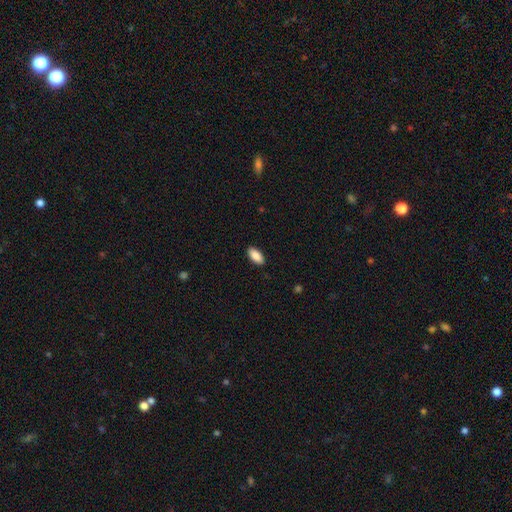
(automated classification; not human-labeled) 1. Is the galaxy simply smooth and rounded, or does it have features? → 89% smooth, 6% star or artifact, 5% featured or disk.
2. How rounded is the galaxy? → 90% in between, 8% cigar-shaped, 2% round.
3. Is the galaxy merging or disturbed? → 89% none, 8% minor disturbance, 2% major disturbance, 1% merger.